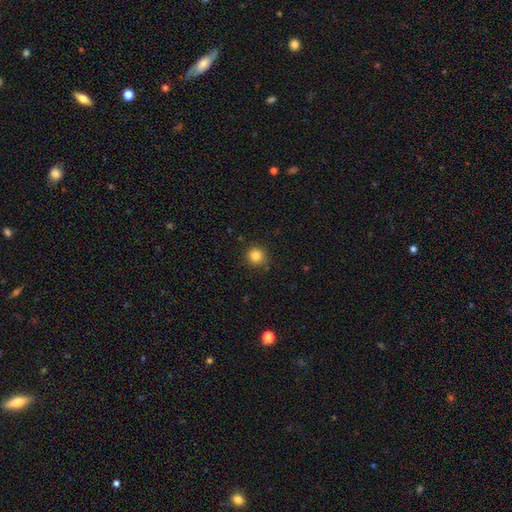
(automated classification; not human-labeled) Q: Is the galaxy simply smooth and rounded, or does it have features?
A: smooth — 84%.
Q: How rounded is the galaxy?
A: round — 94%.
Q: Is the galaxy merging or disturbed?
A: none — 87%.